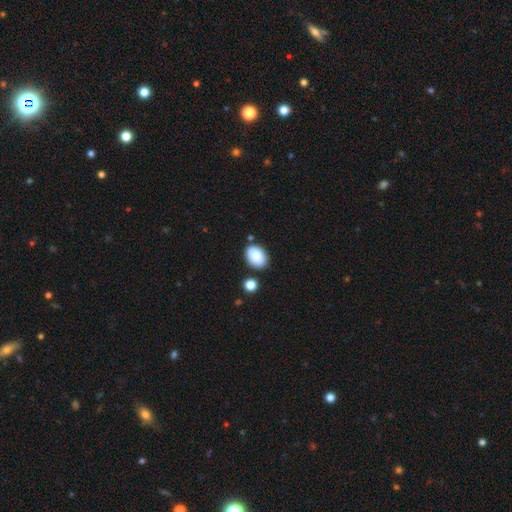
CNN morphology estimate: Smooth or featured? smooth (87%)
How rounded? in between (84%)
Merging? none (78%)